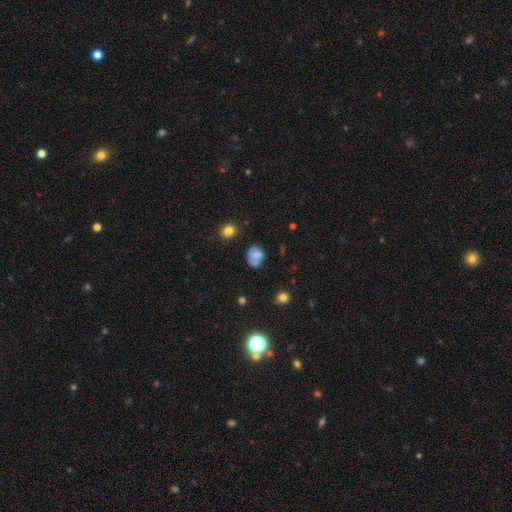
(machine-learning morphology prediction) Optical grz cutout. It shows a smooth galaxy with no disk features (62%) that is in between round and cigar-shaped (60%). Merging: none (46%).